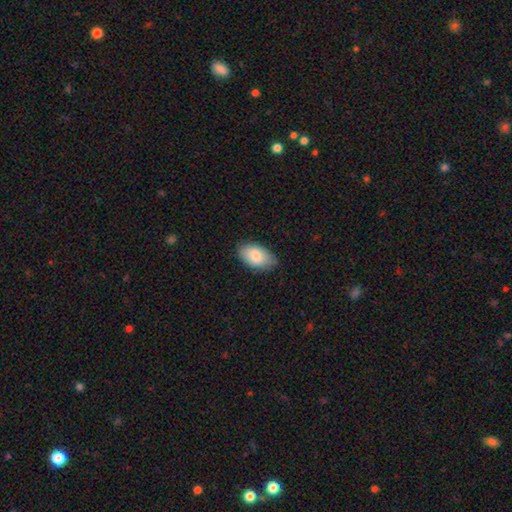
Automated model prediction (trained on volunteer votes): smooth 82%, featured or disk 11%, star or artifact 6%. Down the decision tree: how rounded — in between (93%); merging — none (79%).